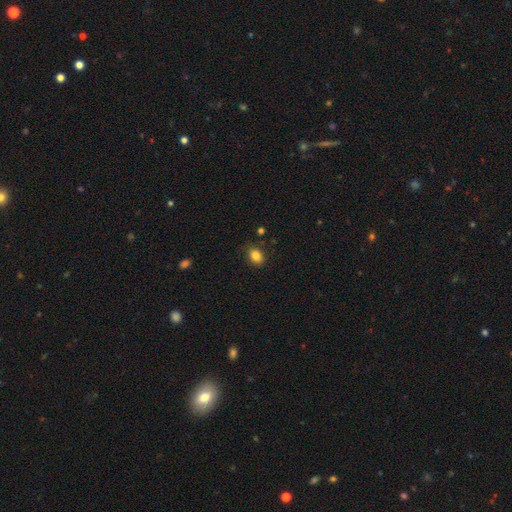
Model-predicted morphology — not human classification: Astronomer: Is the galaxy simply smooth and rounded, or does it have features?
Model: smooth — 84%.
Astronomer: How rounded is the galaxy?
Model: in between — 70%.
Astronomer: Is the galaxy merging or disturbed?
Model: none — 83%.